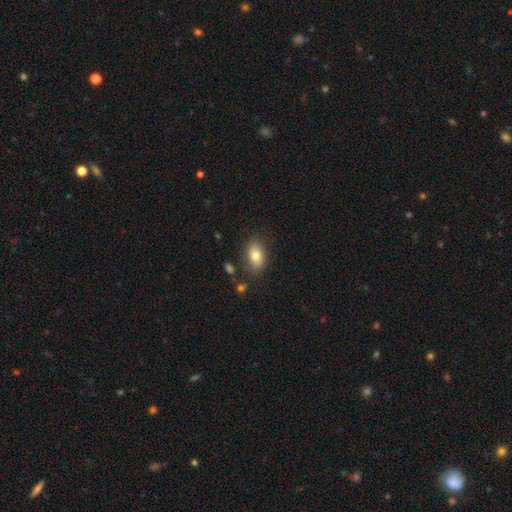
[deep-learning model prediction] smooth_or_featured: smooth (p=0.78) [alt: featured or disk p=0.14]
how_rounded: in between (p=0.88) [alt: round p=0.10]
merging: none (p=0.79) [alt: minor disturbance p=0.15]